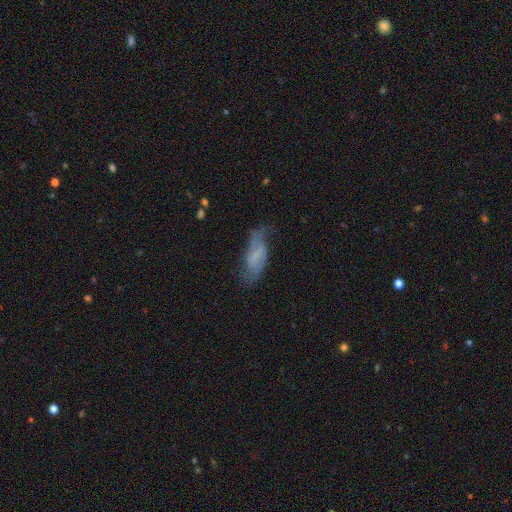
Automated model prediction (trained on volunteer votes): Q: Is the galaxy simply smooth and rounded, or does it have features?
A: featured or disk — 52%.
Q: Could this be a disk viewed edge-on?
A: no — 88%.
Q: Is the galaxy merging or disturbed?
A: none — 57%.